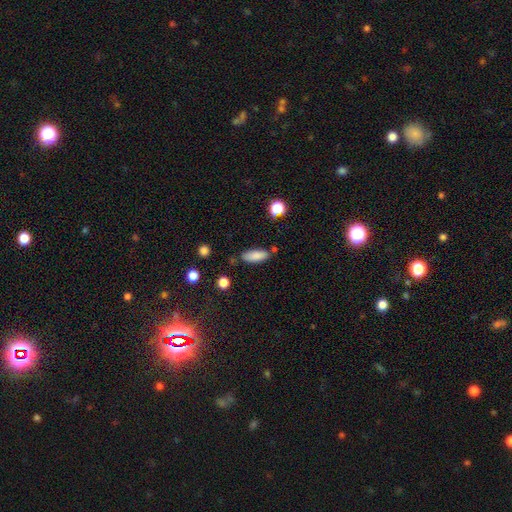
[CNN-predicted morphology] smooth-or-featured: smooth: 85% | star or artifact: 8% | featured or disk: 7%
  how-rounded: in between: 74% | cigar-shaped: 23% | round: 2%
  merging: none: 77% | minor disturbance: 14% | merger: 5% | major disturbance: 3%